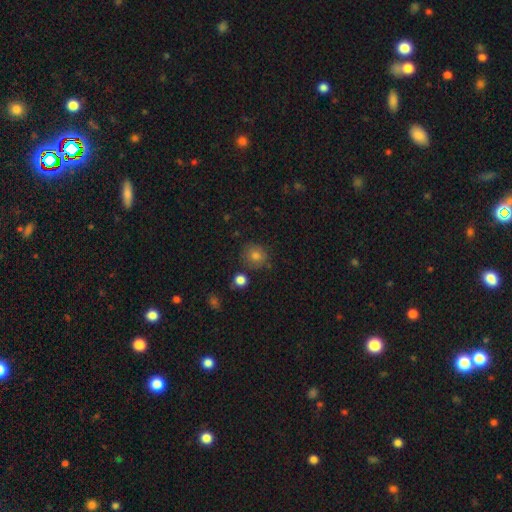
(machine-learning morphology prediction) This is likely a smooth galaxy (78%). How rounded: clearly round (83%). Merging: likely none (79%).